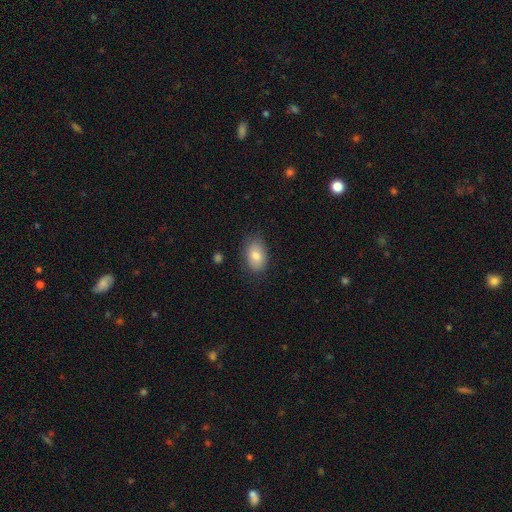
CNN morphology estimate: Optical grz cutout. It shows a smooth galaxy with no disk features (80%) that is in between round and cigar-shaped (87%). Merging: none (81%).